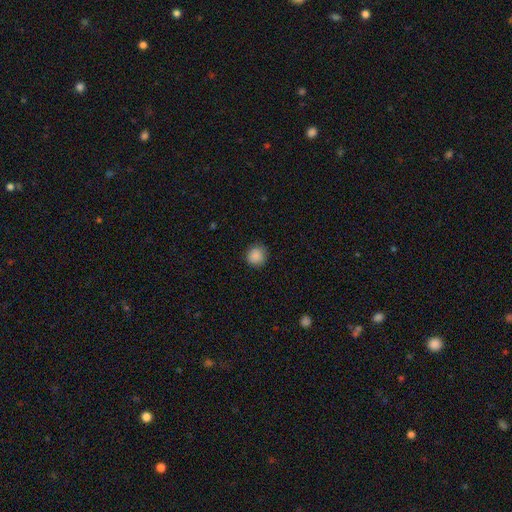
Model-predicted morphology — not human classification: A smooth galaxy with no disk features (88%) that is round (91%). Merging: none (86%).